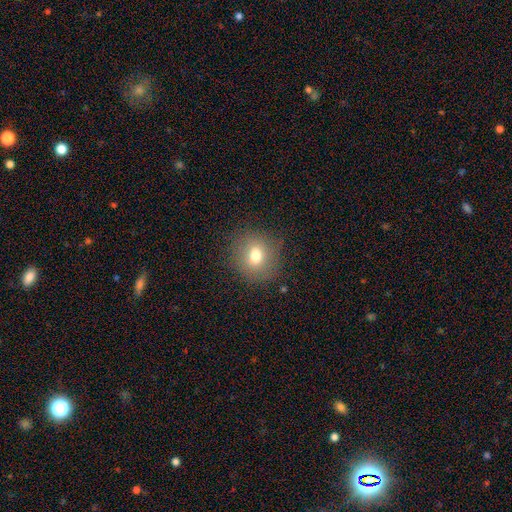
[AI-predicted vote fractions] This appears to be a smooth galaxy with no disk features (74%) that is round (82%). Merging: none (83%).